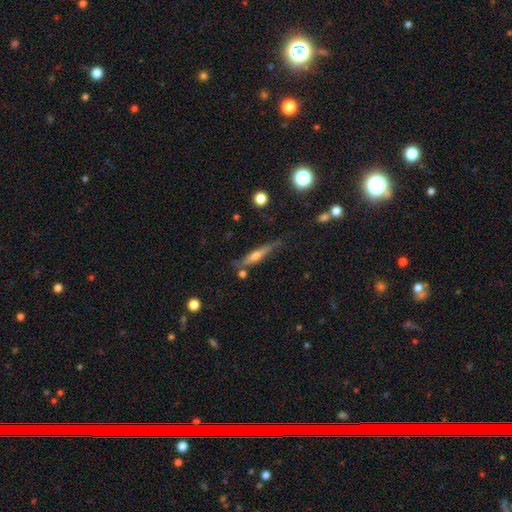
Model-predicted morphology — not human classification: This appears to be a featured or disk galaxy (56%) viewed edge-on (92%) with a rounded central bulge (76%). Merging: none (69%).